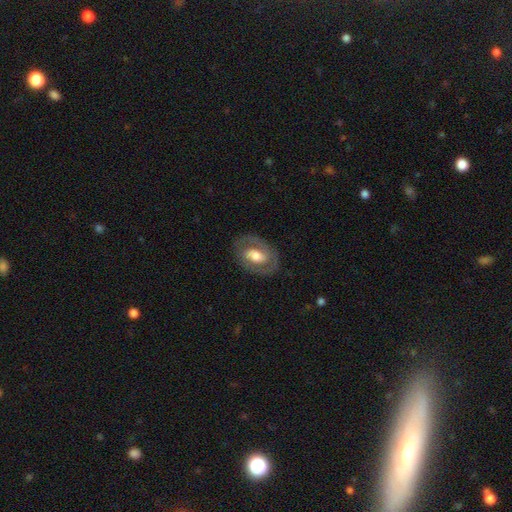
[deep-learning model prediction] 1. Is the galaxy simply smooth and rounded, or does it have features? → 66% featured or disk, 29% smooth, 6% star or artifact.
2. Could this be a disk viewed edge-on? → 95% no, 5% yes.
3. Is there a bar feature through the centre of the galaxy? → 39% weak, 37% no, 24% strong.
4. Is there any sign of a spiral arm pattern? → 66% yes, 34% no.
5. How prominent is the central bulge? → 55% moderate, 27% large, 13% small, 2% dominant, 2% none.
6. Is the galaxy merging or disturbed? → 80% none, 12% minor disturbance, 6% major disturbance, 1% merger.